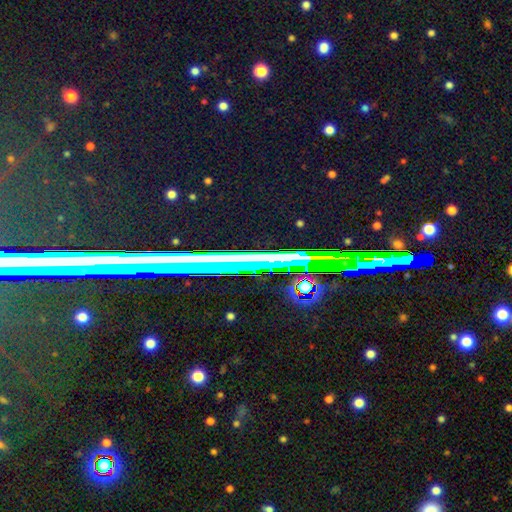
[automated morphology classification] The model was most divided on "smooth or featured": star or artifact: 73%, featured or disk: 17%, smooth: 10%.